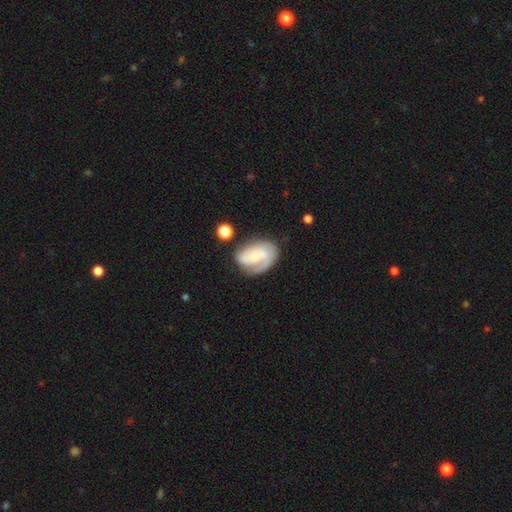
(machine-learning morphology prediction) smooth-or-featured: featured or disk: 72% | smooth: 22% | star or artifact: 6%
  disk-edge-on: no: 97% | yes: 3%
    bar: no: 55% | weak: 35% | strong: 10%
    has-spiral-arms: yes: 92% | no: 8%
      spiral-winding: medium: 41% | tight: 40% | loose: 19%
      spiral-arm-count: 2: 49% | 1: 27% | can't tell: 14% | 3: 7% | 4: 2% | more than 4: 1%
    bulge-size: small: 55% | moderate: 26% | none: 13% | large: 4% | dominant: 2%
  merging: none: 61% | minor disturbance: 22% | major disturbance: 13% | merger: 4%